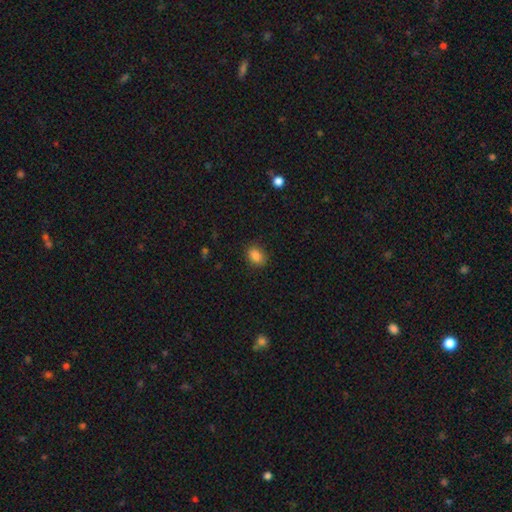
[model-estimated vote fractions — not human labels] This appears to be a smooth galaxy with no disk features (86%) that is in between round and cigar-shaped (69%). Merging: none (84%).